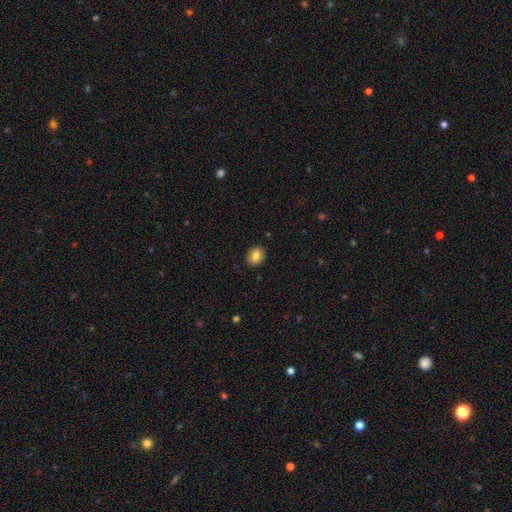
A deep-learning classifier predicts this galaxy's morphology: type=smooth (83%); roundness=in between (51%); merging=none (89%).